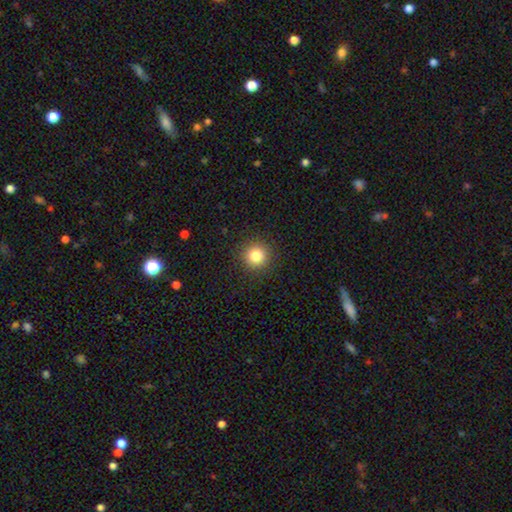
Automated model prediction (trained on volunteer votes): Overall: smooth (83%). How rounded: round (94%). Merging: none (91%).